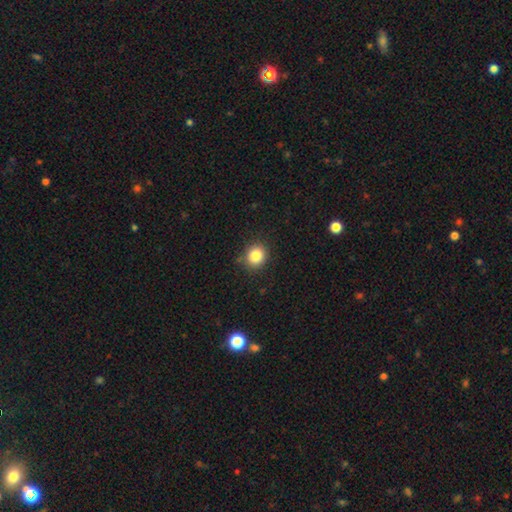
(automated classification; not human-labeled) A smooth galaxy with no disk features (84%) that is round (81%). Merging: none (85%).